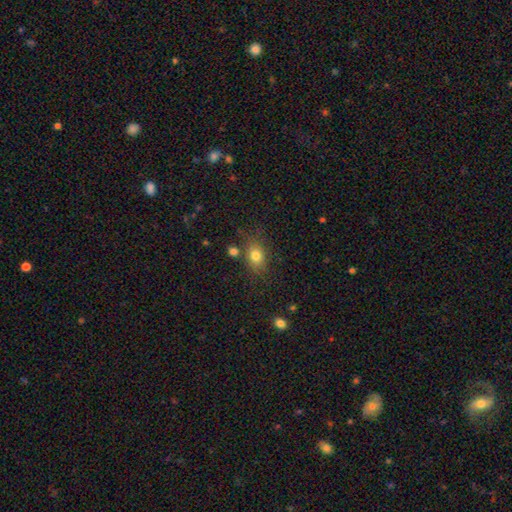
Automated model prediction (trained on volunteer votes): smooth 79%, star or artifact 12%, featured or disk 9%. Down the decision tree: how rounded — in between (57%); merging — none (72%).